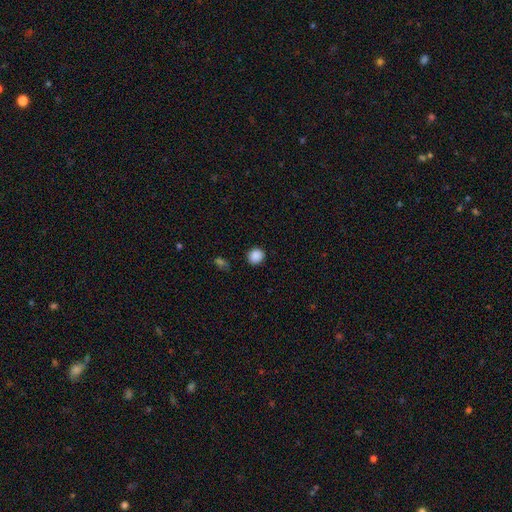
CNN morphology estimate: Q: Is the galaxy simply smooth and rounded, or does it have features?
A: smooth — 88%.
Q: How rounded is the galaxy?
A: round — 86%.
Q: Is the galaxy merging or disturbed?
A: none — 89%.